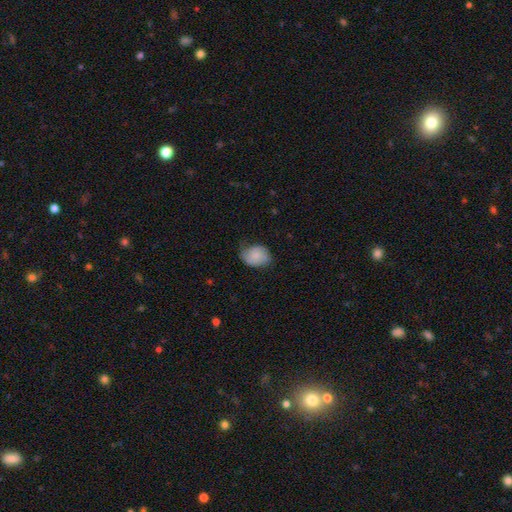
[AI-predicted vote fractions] Smooth or featured? Predicted: smooth (p=0.80). How rounded? Predicted: in between (p=0.65). Merging? Predicted: none (p=0.57).